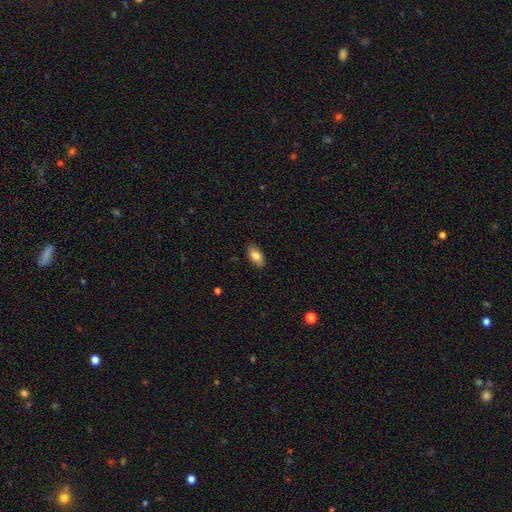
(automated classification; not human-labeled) This appears to be a smooth galaxy with no disk features (82%) that is in between round and cigar-shaped (91%). Merging: none (87%).